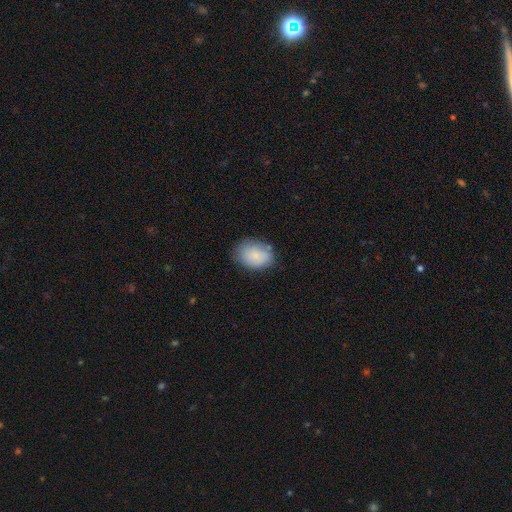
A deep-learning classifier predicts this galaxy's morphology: This appears to be a smooth galaxy with no disk features (83%) that is in between round and cigar-shaped (74%). Merging: none (73%).